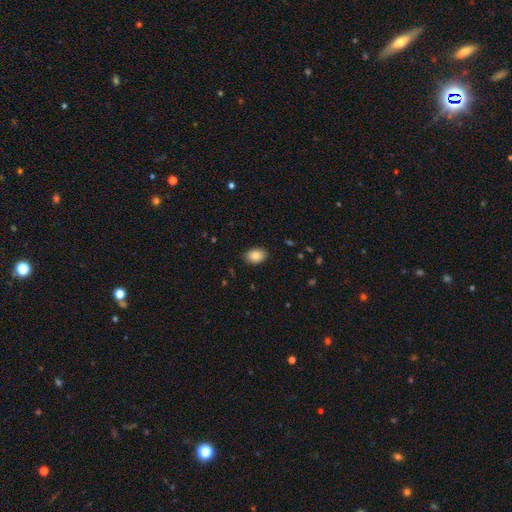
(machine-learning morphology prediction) type=smooth (88%); roundness=in between (80%); merging=none (87%).